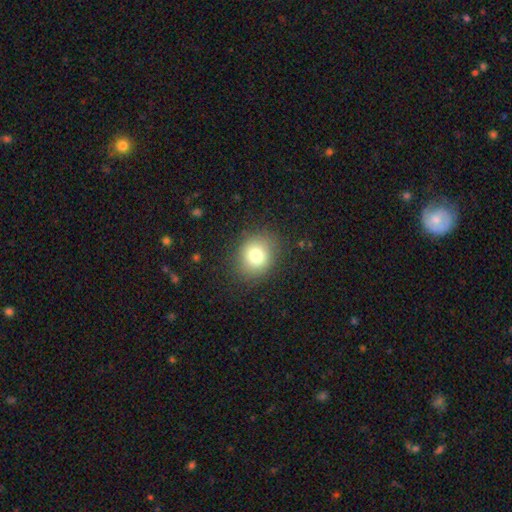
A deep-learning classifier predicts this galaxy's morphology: This appears to be a smooth galaxy with no disk features (77%) that is round (72%). Merging: none (85%).